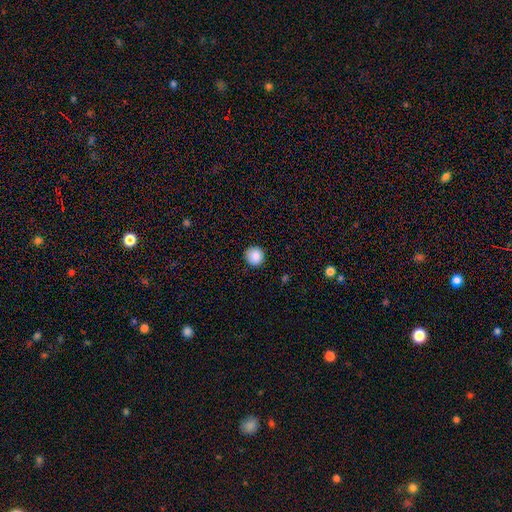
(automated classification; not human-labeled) Smooth or featured? smooth (88%)
How rounded? round (91%)
Merging? none (89%)